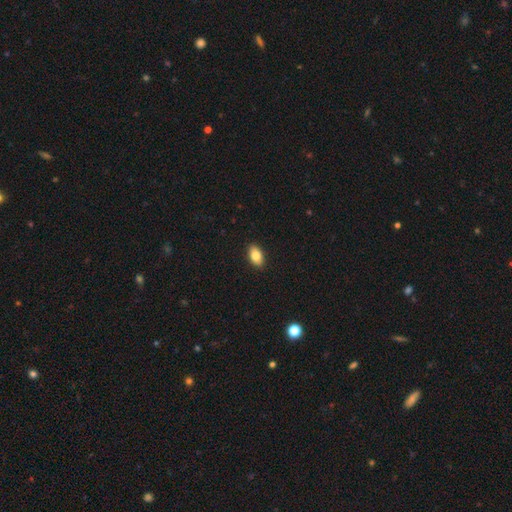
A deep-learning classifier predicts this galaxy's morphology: The model was most divided on "smooth or featured": smooth: 82%, featured or disk: 11%, star or artifact: 8%. More confident: how rounded — in between (91%); merging — none (90%).